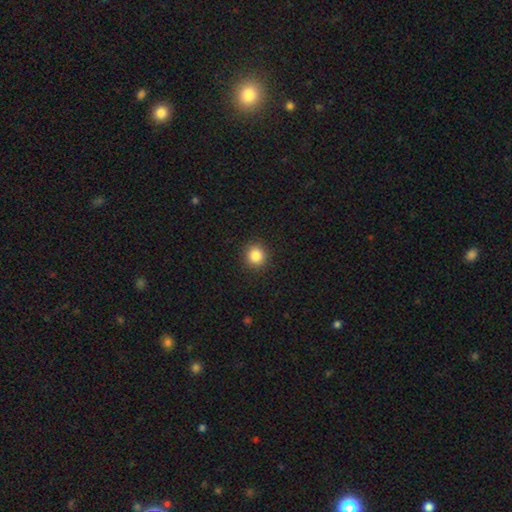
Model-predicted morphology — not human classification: A smooth galaxy with no disk features (85%) that is round (92%).

Vote fractions:
- Smooth or featured? smooth: 85% / star or artifact: 11% / featured or disk: 5%
- How rounded? round: 92% / in between: 7% / cigar-shaped: 1%
- Merging? none: 91% / minor disturbance: 6% / major disturbance: 2% / merger: 1%